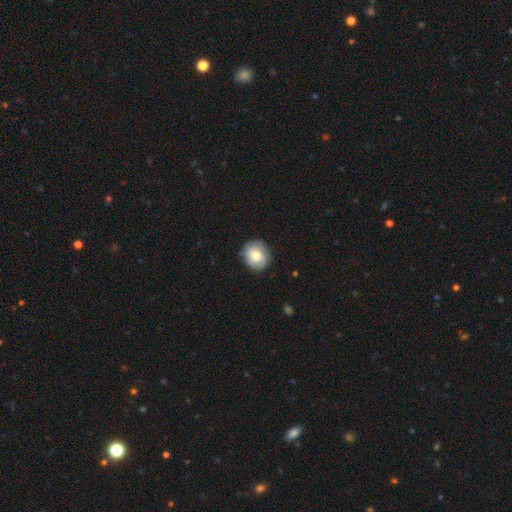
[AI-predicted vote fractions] Smooth or featured? Predicted: smooth (p=0.70). How rounded? Predicted: round (p=0.74). Merging? Predicted: none (p=0.83).